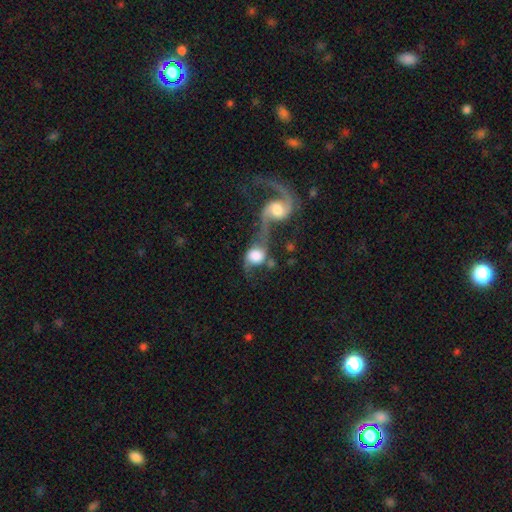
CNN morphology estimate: Smooth or featured?
  - featured or disk: 48% *
  - smooth: 44%
  - star or artifact: 8%
Merging?
  - merger: 70% *
  - major disturbance: 12%
  - none: 12%
  - minor disturbance: 6%